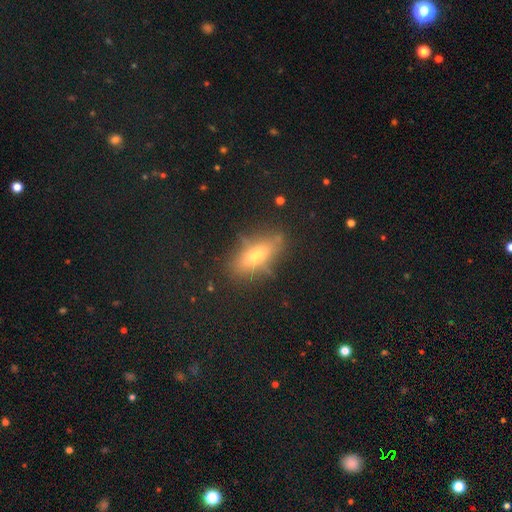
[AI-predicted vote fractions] smooth_or_featured: smooth (p=0.54) [alt: featured or disk p=0.28]
how_rounded: in between (p=0.66) [alt: cigar-shaped p=0.27]
merging: none (p=0.79) [alt: minor disturbance p=0.14]